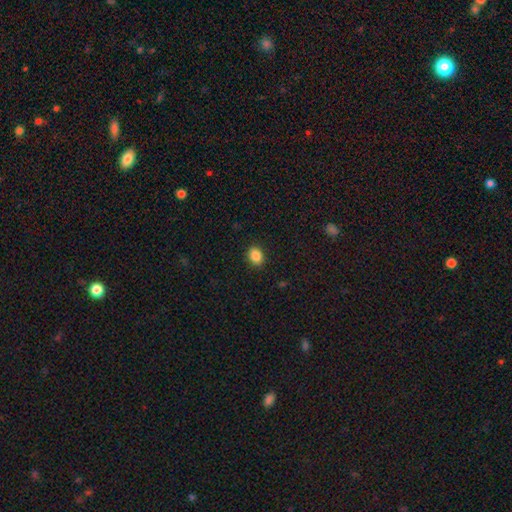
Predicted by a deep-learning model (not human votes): Smooth or featured? Predicted: smooth (p=0.87). How rounded? Predicted: in between (p=0.65). Merging? Predicted: none (p=0.90).